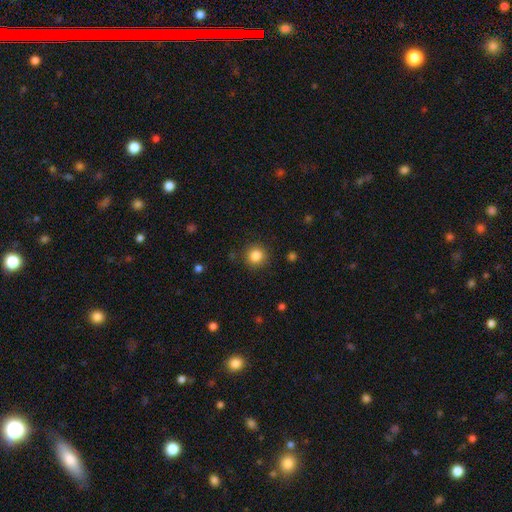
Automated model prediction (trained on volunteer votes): Smooth or featured?
  - smooth: 84% *
  - star or artifact: 11%
  - featured or disk: 5%
How rounded?
  - round: 92% *
  - in between: 7%
  - cigar-shaped: 1%
Merging?
  - none: 89% *
  - minor disturbance: 7%
  - major disturbance: 2%
  - merger: 1%